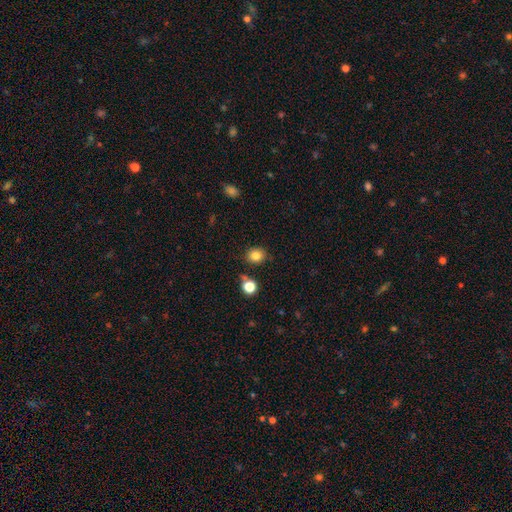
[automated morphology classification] Smooth or featured?
  - smooth: 82% *
  - star or artifact: 12%
  - featured or disk: 6%
How rounded?
  - round: 73% *
  - in between: 26%
  - cigar-shaped: 1%
Merging?
  - none: 82% *
  - minor disturbance: 11%
  - merger: 4%
  - major disturbance: 3%